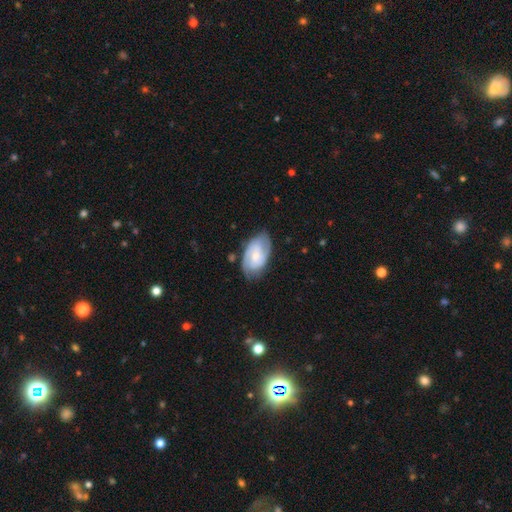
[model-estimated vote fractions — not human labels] smooth-or-featured: featured or disk: 74% | smooth: 21% | star or artifact: 5%
  disk-edge-on: no: 96% | yes: 4%
    bar: weak: 45% | no: 43% | strong: 12%
    has-spiral-arms: yes: 92% | no: 8%
      spiral-winding: tight: 46% | medium: 42% | loose: 12%
      spiral-arm-count: 2: 70% | can't tell: 15% | 3: 8% | 1: 3% | 4: 2% | more than 4: 2%
    bulge-size: small: 56% | moderate: 38% | none: 3% | large: 2% | dominant: 1%
  merging: none: 73% | minor disturbance: 20% | major disturbance: 5% | merger: 2%